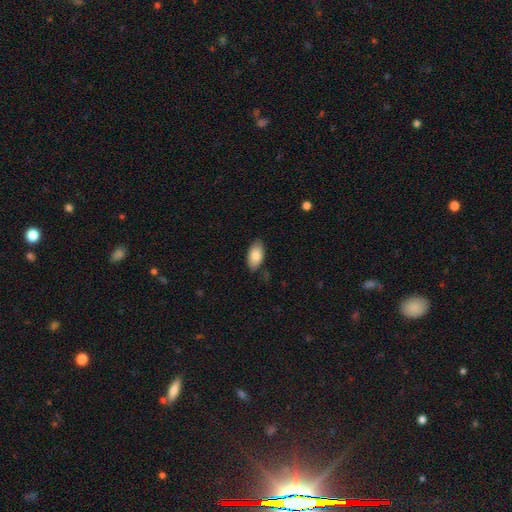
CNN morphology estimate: A smooth galaxy with no disk features (84%) that is in between round and cigar-shaped (94%). Merging: none (83%).